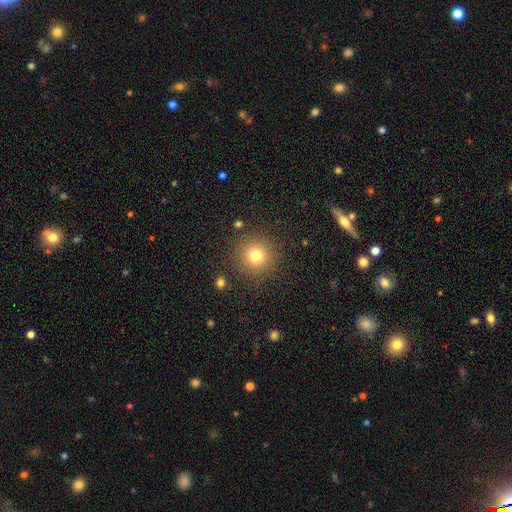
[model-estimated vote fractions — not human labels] A smooth galaxy with no disk features (77%) that is round (95%). Merging: none (88%).